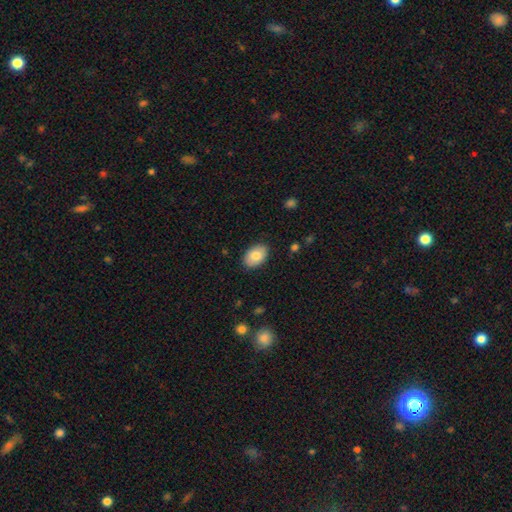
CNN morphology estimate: smooth_or_featured: smooth (p=0.80) [alt: featured or disk p=0.13]
how_rounded: in between (p=0.87) [alt: round p=0.12]
merging: none (p=0.87) [alt: minor disturbance p=0.10]